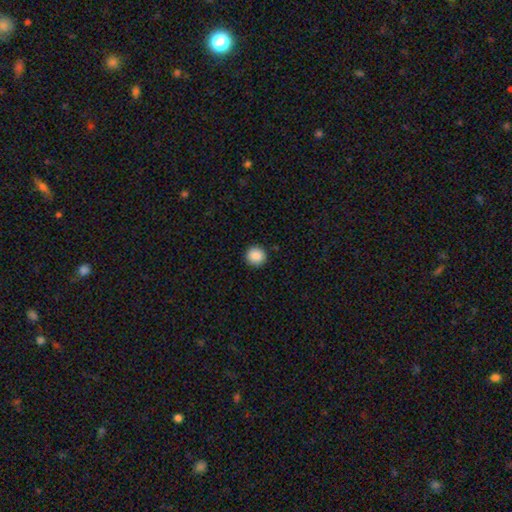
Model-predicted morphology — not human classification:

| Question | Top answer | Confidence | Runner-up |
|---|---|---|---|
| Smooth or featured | smooth | 88% | star or artifact (9%) |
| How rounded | round | 95% | in between (4%) |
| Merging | none | 93% | minor disturbance (5%) |